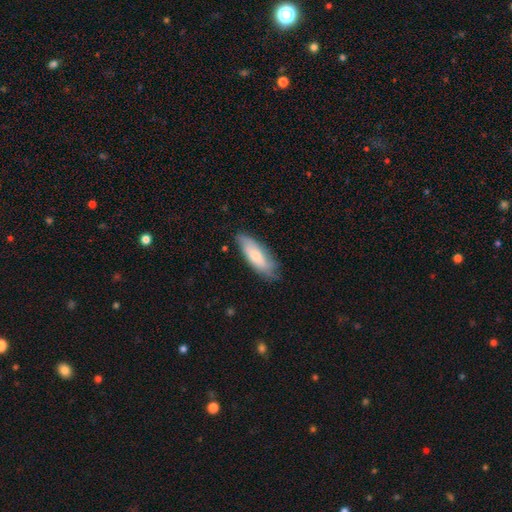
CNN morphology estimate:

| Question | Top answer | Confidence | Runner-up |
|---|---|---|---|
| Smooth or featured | smooth | 66% | featured or disk (29%) |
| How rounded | in between | 59% | cigar-shaped (40%) |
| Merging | none | 73% | minor disturbance (21%) |